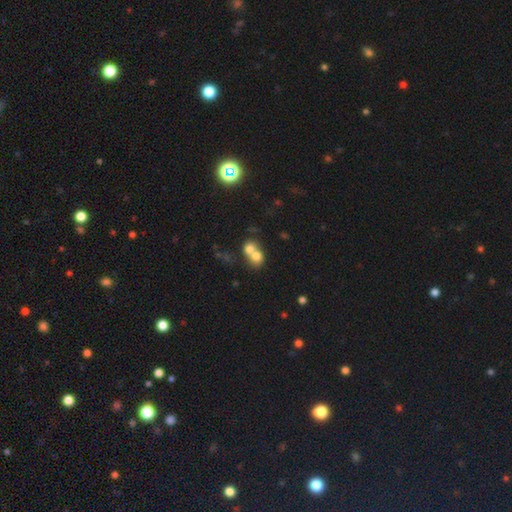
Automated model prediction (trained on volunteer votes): smooth_or_featured: smooth (p=0.71) [alt: featured or disk p=0.18]
how_rounded: round (p=0.68) [alt: in between p=0.31]
merging: merger (p=0.70) [alt: none p=0.23]